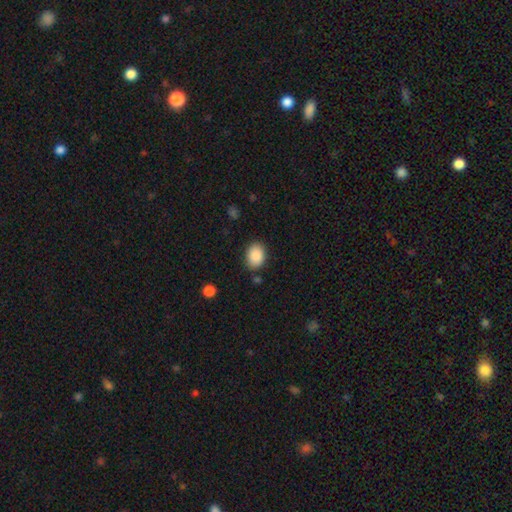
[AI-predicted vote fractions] A smooth galaxy with no disk features (89%) that is in between round and cigar-shaped (72%).

Vote fractions:
- Smooth or featured? smooth: 89% / star or artifact: 7% / featured or disk: 4%
- How rounded? in between: 72% / round: 27% / cigar-shaped: 1%
- Merging? none: 82% / minor disturbance: 13% / major disturbance: 3% / merger: 2%